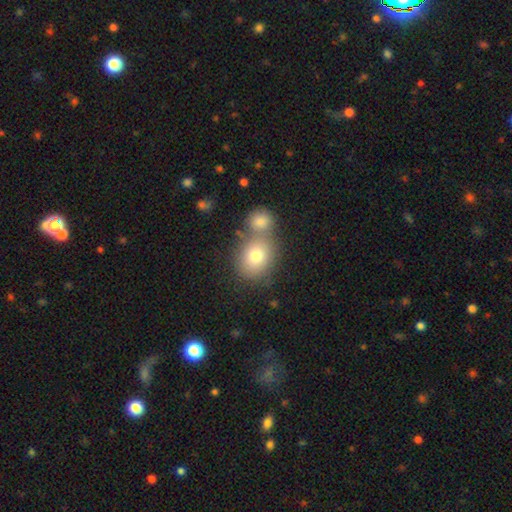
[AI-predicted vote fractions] Morphology: type=smooth (77%); roundness=round (60%); merging=none (46%).